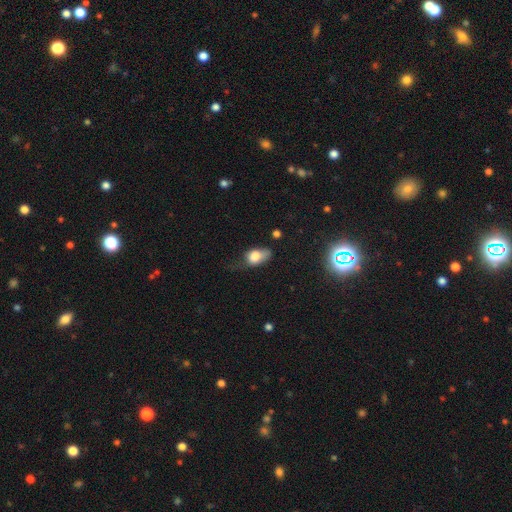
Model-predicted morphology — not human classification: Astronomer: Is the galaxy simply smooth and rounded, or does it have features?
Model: smooth — 76%.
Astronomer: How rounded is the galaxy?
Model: in between — 80%.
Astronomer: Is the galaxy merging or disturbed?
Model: minor disturbance — 38% (runner-up: major disturbance, 31%).